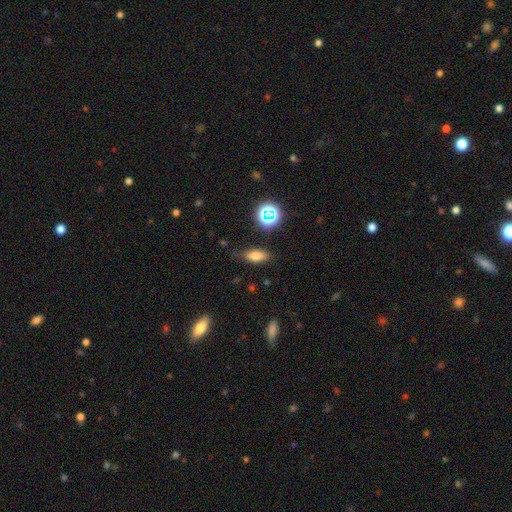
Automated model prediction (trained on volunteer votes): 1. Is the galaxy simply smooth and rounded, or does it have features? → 73% smooth, 15% star or artifact, 12% featured or disk.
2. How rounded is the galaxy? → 75% in between, 19% cigar-shaped, 6% round.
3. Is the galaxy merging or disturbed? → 78% none, 15% minor disturbance, 4% major disturbance, 3% merger.